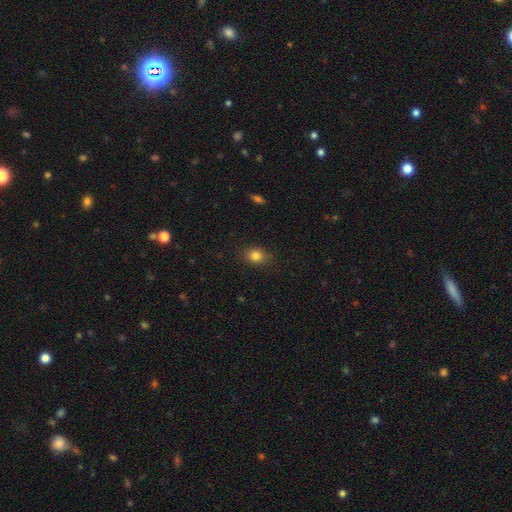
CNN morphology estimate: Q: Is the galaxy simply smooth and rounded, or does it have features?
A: smooth — 82%.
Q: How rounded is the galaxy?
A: in between — 61%.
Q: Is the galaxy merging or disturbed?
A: none — 85%.